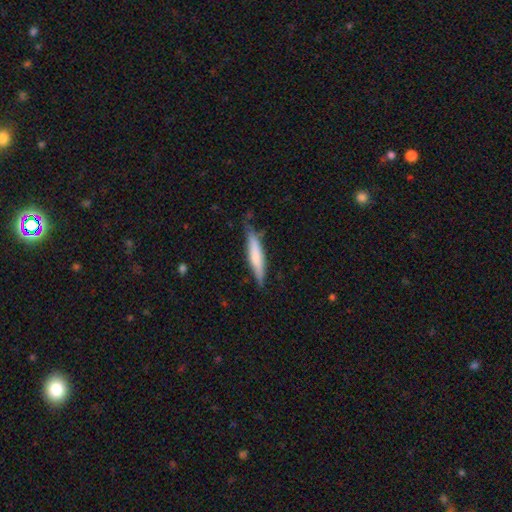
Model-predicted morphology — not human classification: type=smooth (63%); roundness=cigar-shaped (87%); merging=none (74%).